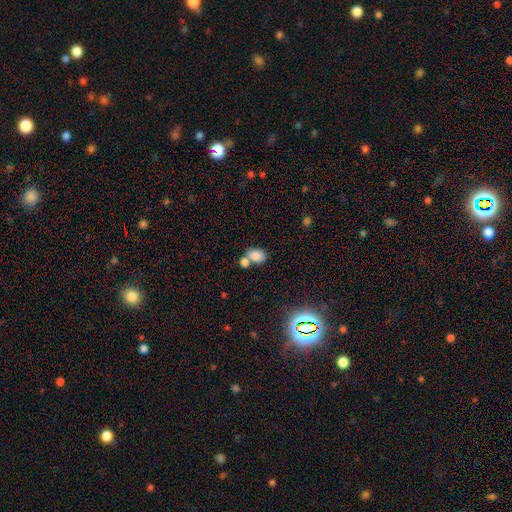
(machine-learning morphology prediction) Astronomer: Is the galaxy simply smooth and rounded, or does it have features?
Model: smooth — 81%.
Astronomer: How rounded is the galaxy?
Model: in between — 71%.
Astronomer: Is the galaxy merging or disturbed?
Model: merger — 44% (runner-up: none, 41%).